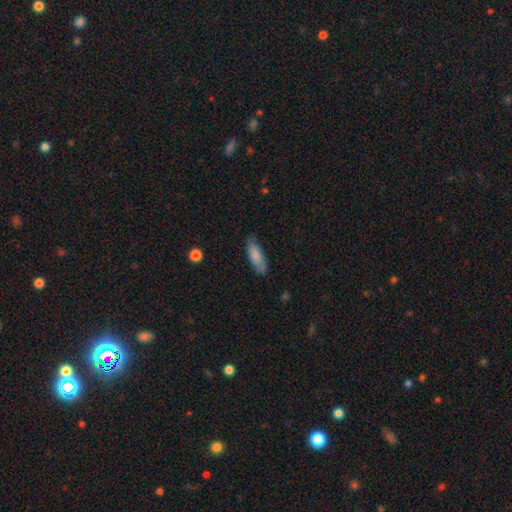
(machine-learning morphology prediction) Overall: smooth (81%). How rounded: in between (62%; cigar-shaped 37%). Merging: none (77%).